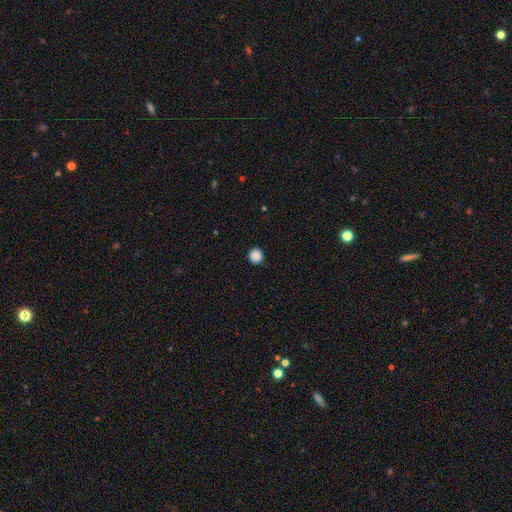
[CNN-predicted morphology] This appears to be a smooth galaxy with no disk features (88%) that is round (94%). Merging: none (92%).